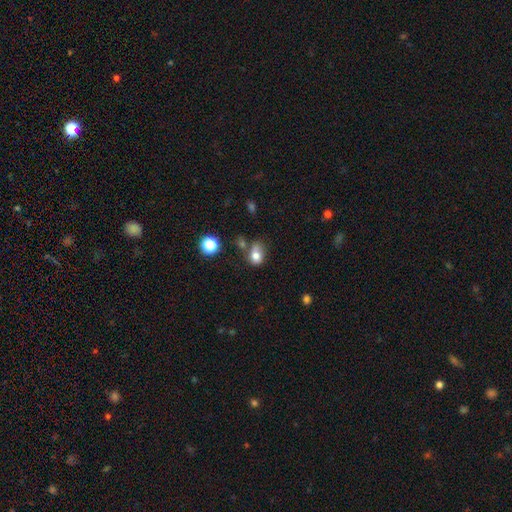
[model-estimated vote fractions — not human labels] smooth-or-featured: smooth: 76% | star or artifact: 12% | featured or disk: 12%
  how-rounded: in between: 59% | round: 39% | cigar-shaped: 1%
  merging: none: 44% | minor disturbance: 26% | merger: 18% | major disturbance: 11%